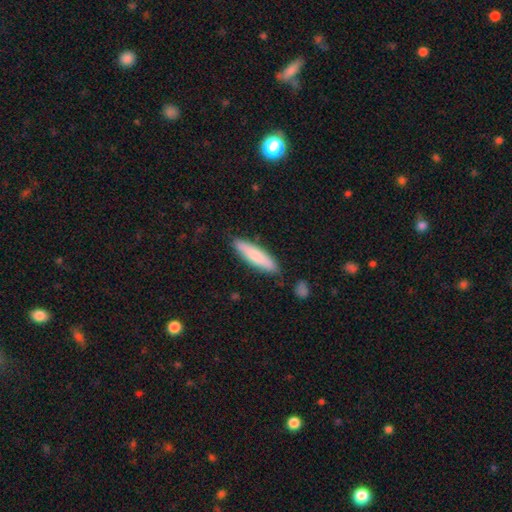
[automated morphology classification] The model was most divided on "how rounded": cigar-shaped: 75%, in between: 24%, round: 1%. More confident: merging — none (83%); smooth or featured — smooth (78%).